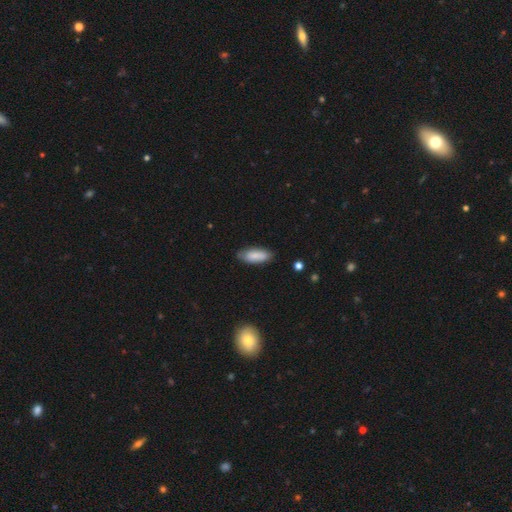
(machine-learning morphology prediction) A smooth galaxy with no disk features (81%) that is in between round and cigar-shaped (77%).

Vote fractions:
- Smooth or featured? smooth: 81% / featured or disk: 12% / star or artifact: 6%
- How rounded? in between: 77% / cigar-shaped: 21% / round: 2%
- Merging? none: 80% / minor disturbance: 16% / major disturbance: 3% / merger: 1%